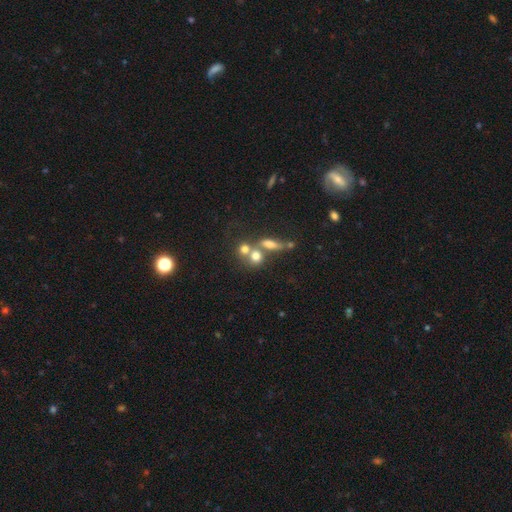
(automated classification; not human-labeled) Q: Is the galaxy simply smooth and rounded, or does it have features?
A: smooth — 69%.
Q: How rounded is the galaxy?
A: round — 66%.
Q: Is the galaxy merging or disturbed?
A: merger — 46%.